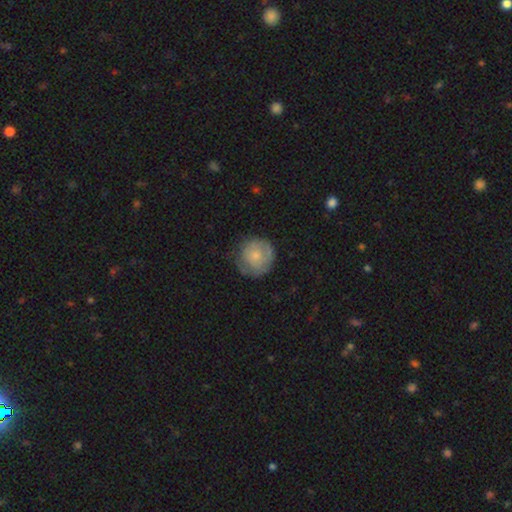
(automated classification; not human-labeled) Smooth or featured? smooth (63%)
How rounded? round (92%)
Merging? none (65%)